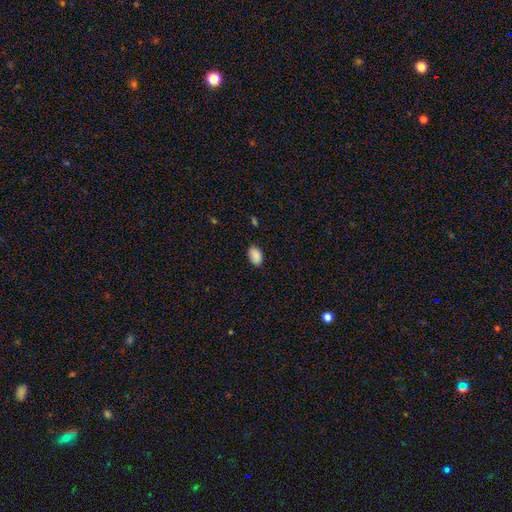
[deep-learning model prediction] smooth_or_featured: smooth (p=0.89) [alt: star or artifact p=0.07]
how_rounded: in between (p=0.89) [alt: round p=0.10]
merging: none (p=0.83) [alt: minor disturbance p=0.14]